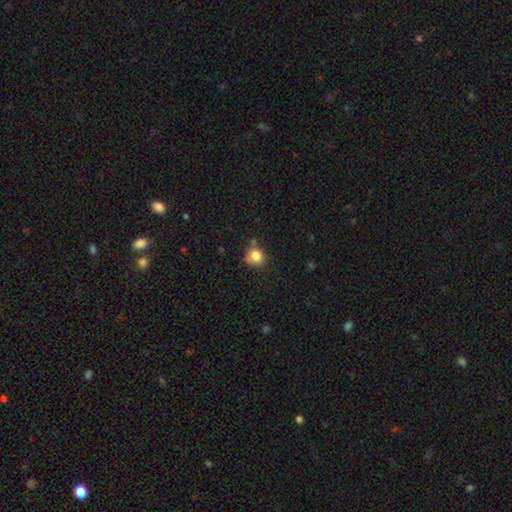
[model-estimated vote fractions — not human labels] smooth_or_featured: smooth (p=0.81) [alt: star or artifact p=0.11]
how_rounded: round (p=0.79) [alt: in between p=0.20]
merging: none (p=0.61) [alt: minor disturbance p=0.23]